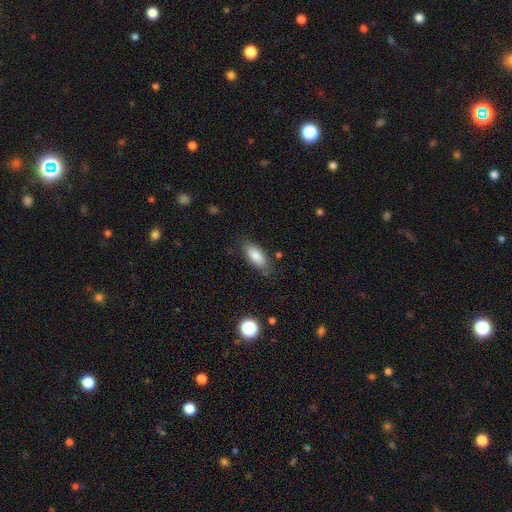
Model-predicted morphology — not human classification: Smooth or featured?
  - smooth: 83% *
  - featured or disk: 10%
  - star or artifact: 7%
How rounded?
  - in between: 80% *
  - cigar-shaped: 17%
  - round: 2%
Merging?
  - none: 79% *
  - minor disturbance: 15%
  - major disturbance: 4%
  - merger: 2%